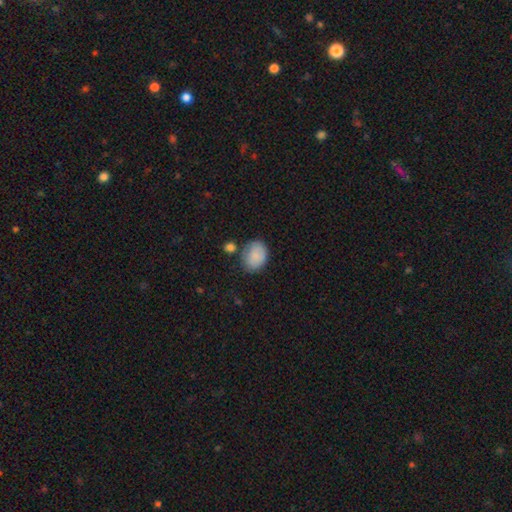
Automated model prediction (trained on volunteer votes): A smooth galaxy with no disk features (87%) that is in between round and cigar-shaped (66%).

Vote fractions:
- Smooth or featured? smooth: 87% / star or artifact: 7% / featured or disk: 6%
- How rounded? in between: 66% / round: 33% / cigar-shaped: 1%
- Merging? none: 67% / minor disturbance: 19% / merger: 9% / major disturbance: 5%